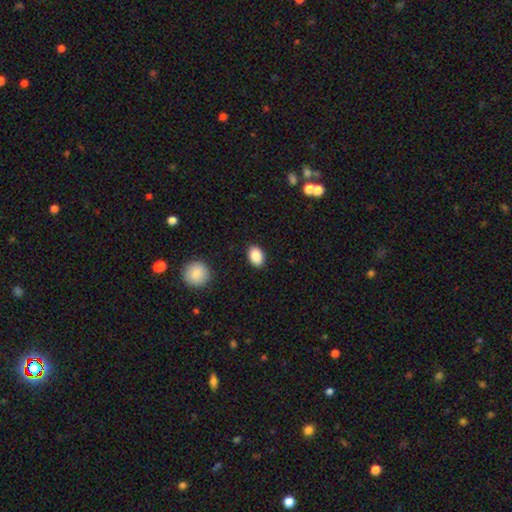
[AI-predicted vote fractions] A smooth galaxy with no disk features (88%) that is in between round and cigar-shaped (80%). Merging: none (88%).